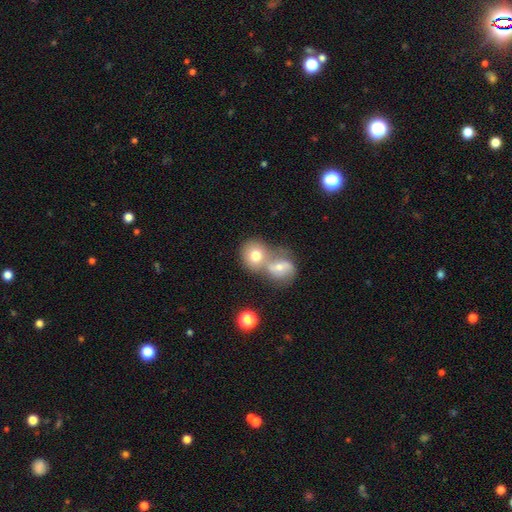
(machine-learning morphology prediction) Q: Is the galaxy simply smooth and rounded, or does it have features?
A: smooth — 69%.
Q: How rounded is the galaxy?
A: round — 76%.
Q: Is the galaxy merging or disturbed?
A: merger — 63%.